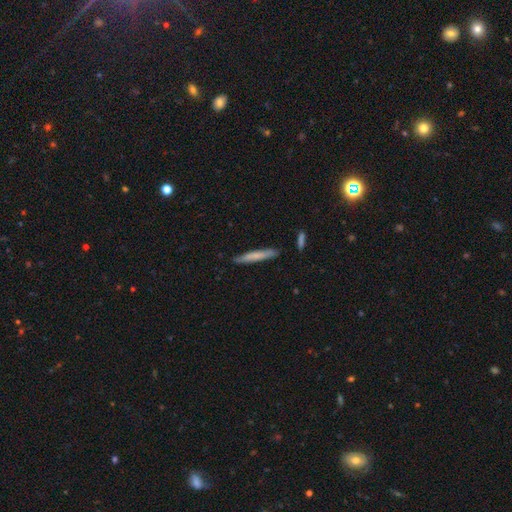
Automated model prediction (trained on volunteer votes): This appears to be a smooth galaxy with no disk features (68%) that is cigar-shaped (95%). Merging: none (86%).